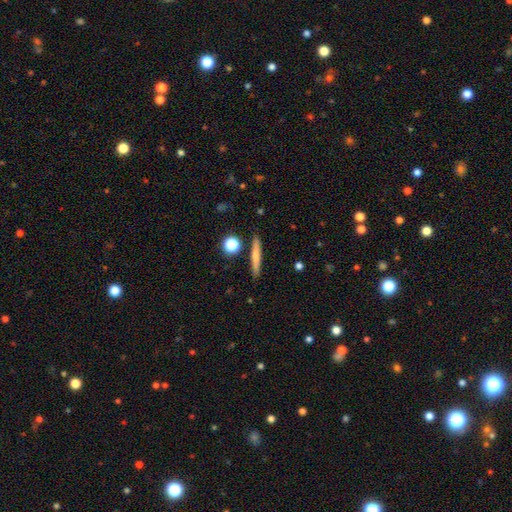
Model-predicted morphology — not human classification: smooth_or_featured: smooth (p=0.64) [alt: featured or disk p=0.28]
how_rounded: cigar-shaped (p=0.92) [alt: in between p=0.05]
merging: none (p=0.88) [alt: minor disturbance p=0.07]